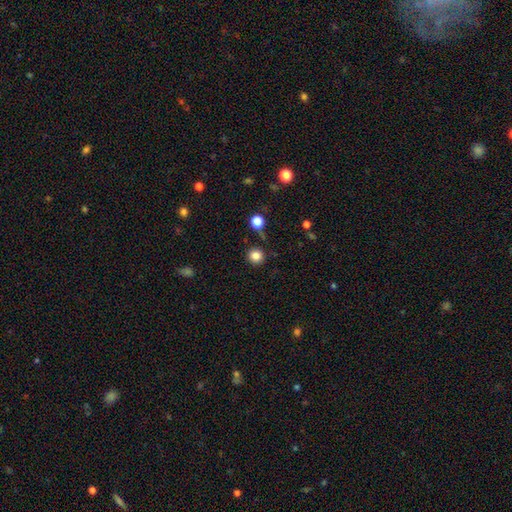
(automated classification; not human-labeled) Smooth or featured? smooth (83%)
How rounded? round (94%)
Merging? none (87%)